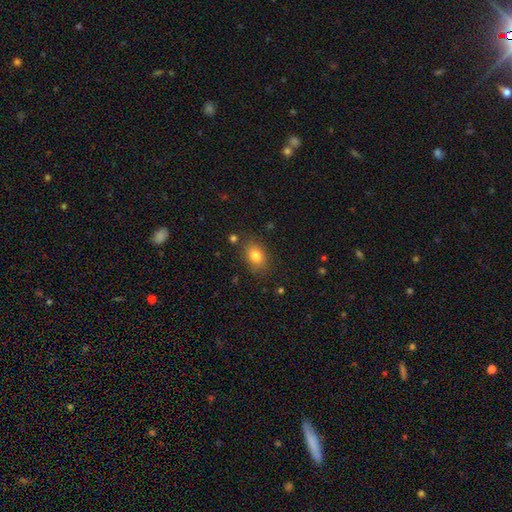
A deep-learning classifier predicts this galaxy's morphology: smooth 81%, star or artifact 11%, featured or disk 9%. Down the decision tree: how rounded — in between (67%); merging — none (82%).